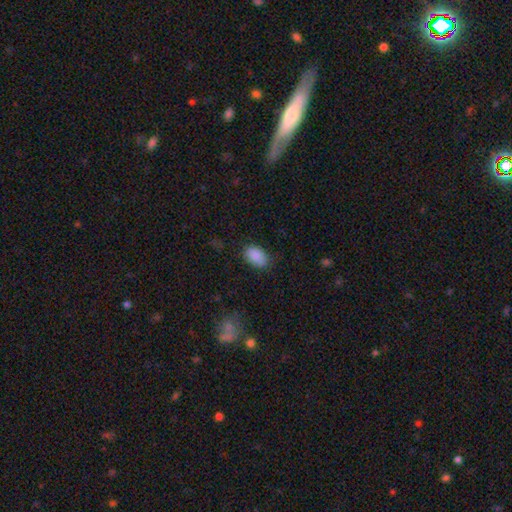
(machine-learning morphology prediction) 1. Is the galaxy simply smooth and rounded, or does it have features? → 89% smooth, 8% star or artifact, 3% featured or disk.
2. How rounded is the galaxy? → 90% in between, 9% round, 1% cigar-shaped.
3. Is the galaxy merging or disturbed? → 82% none, 13% minor disturbance, 4% major disturbance, 1% merger.